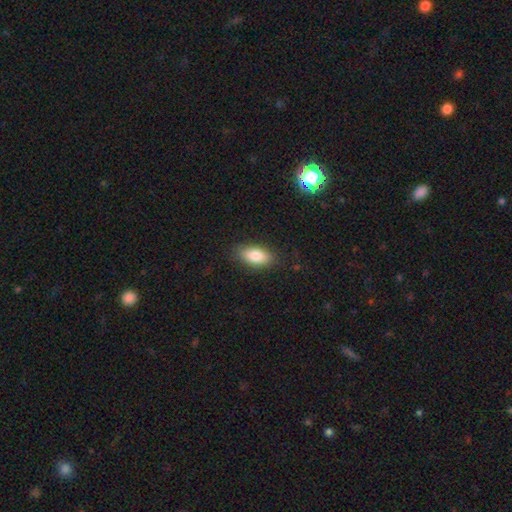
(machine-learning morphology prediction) Smooth or featured? smooth (82%)
How rounded? in between (89%)
Merging? none (85%)